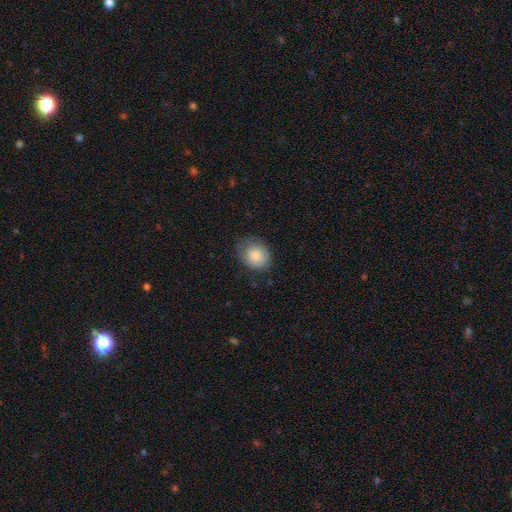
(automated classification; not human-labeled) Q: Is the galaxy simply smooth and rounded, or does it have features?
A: smooth — 80%.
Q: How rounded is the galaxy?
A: round — 57%.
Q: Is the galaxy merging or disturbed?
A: none — 68%.